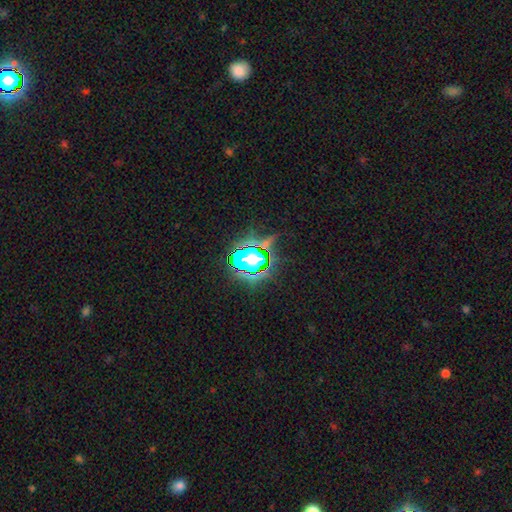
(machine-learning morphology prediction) Smooth or featured? Predicted: star or artifact (p=0.77).